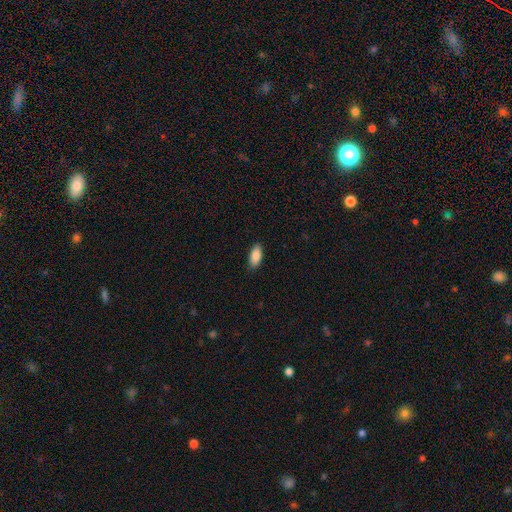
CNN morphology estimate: smooth-or-featured: smooth: 87% | star or artifact: 7% | featured or disk: 6%
  how-rounded: in between: 89% | cigar-shaped: 9% | round: 2%
  merging: none: 87% | minor disturbance: 10% | major disturbance: 2% | merger: 1%